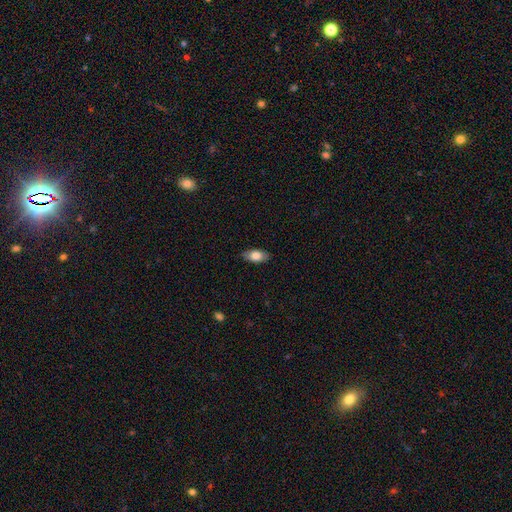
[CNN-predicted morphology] Smooth or featured? Predicted: smooth (p=0.77). How rounded? Predicted: in between (p=0.90). Merging? Predicted: none (p=0.86).